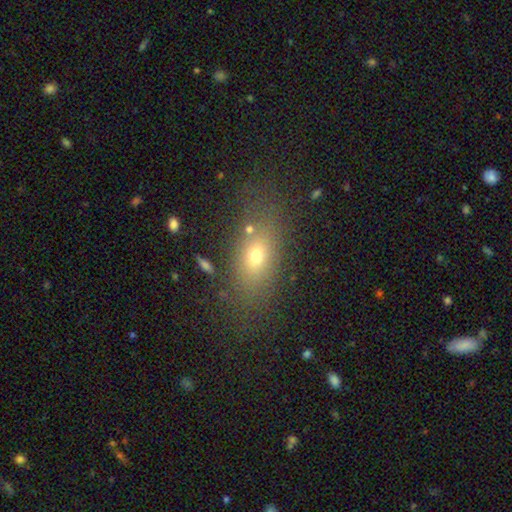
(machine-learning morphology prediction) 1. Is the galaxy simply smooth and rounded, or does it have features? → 67% smooth, 18% featured or disk, 15% star or artifact.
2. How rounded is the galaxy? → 75% in between, 15% round, 10% cigar-shaped.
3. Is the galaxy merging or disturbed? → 75% none, 13% minor disturbance, 7% major disturbance, 4% merger.